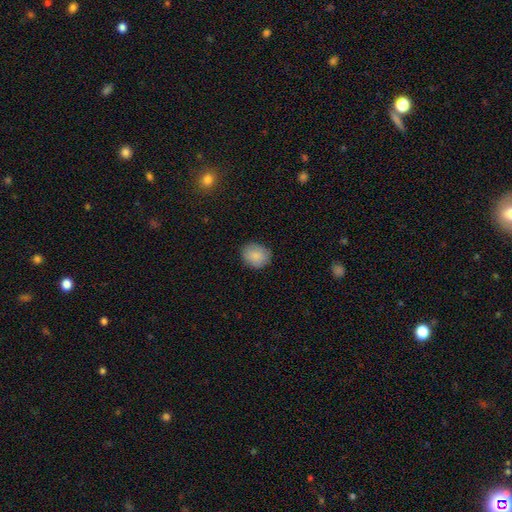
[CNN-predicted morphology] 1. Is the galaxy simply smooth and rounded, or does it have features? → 87% smooth, 7% star or artifact, 6% featured or disk.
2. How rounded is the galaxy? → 65% round, 34% in between, 1% cigar-shaped.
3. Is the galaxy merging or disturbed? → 84% none, 13% minor disturbance, 3% major disturbance, 1% merger.